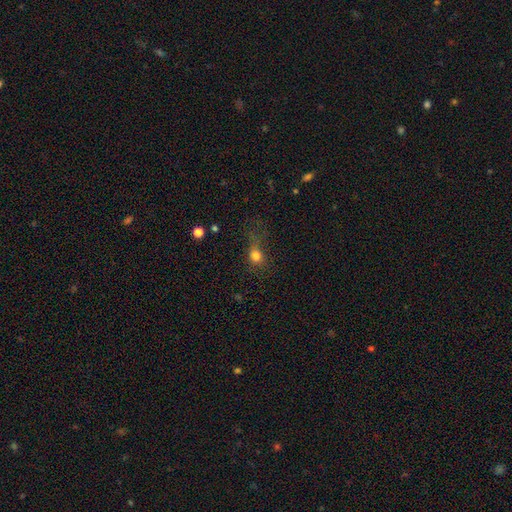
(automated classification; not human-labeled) A smooth galaxy with no disk features (76%) that is round (70%).

Vote fractions:
- Smooth or featured? smooth: 76% / star or artifact: 14% / featured or disk: 10%
- How rounded? round: 70% / in between: 27% / cigar-shaped: 3%
- Merging? none: 45% / major disturbance: 28% / minor disturbance: 23% / merger: 4%